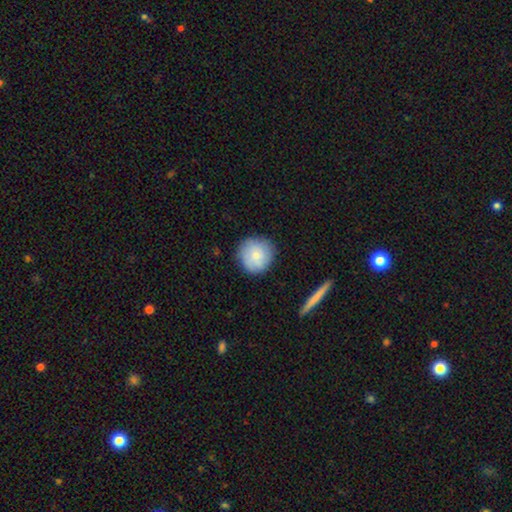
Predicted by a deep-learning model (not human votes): This is likely a smooth galaxy (74%). How rounded: clearly round (94%). Merging: clearly none (84%).